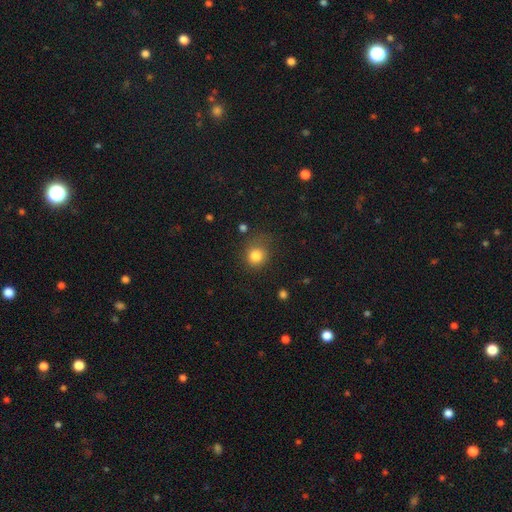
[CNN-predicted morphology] Overall: smooth (82%). How rounded: round (80%). Merging: none (66%).